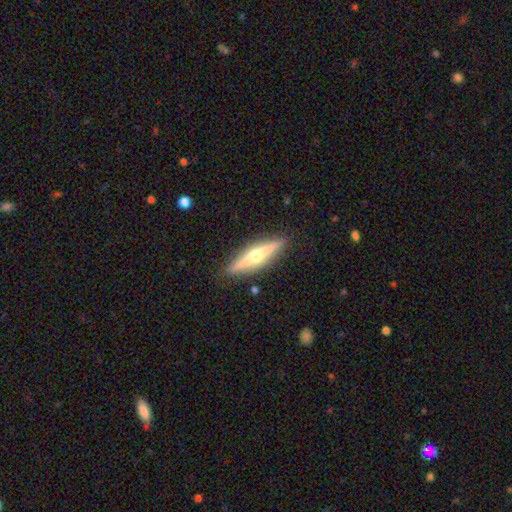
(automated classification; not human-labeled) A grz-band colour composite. It shows a featured or disk galaxy (73%) viewed edge-on (97%) with a rounded central bulge (93%). Merging: none (90%).